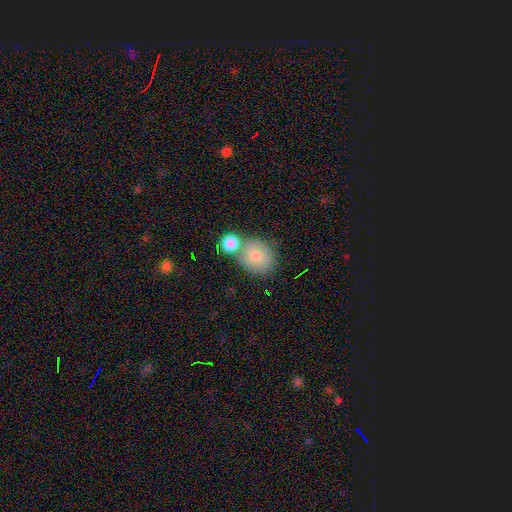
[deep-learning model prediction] Smooth or featured? Predicted: smooth (p=0.76). How rounded? Predicted: round (p=0.71). Merging? Predicted: none (p=0.44).